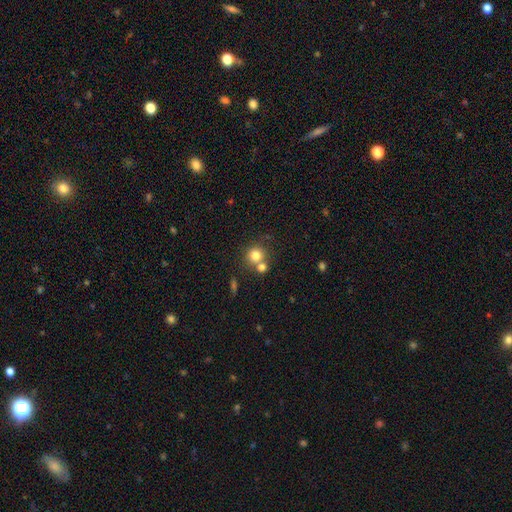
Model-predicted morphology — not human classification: smooth 79%, star or artifact 11%, featured or disk 9%. Down the decision tree: how rounded — round (89%); merging — none (55%).